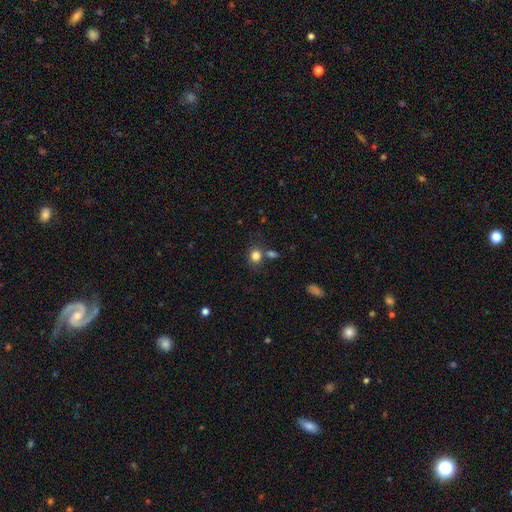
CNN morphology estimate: Q: Smooth or featured?
A: smooth (81%); runner-up: star or artifact (12%)
Q: How rounded?
A: round (70%); runner-up: in between (29%)
Q: Merging?
A: none (66%); runner-up: merger (17%)